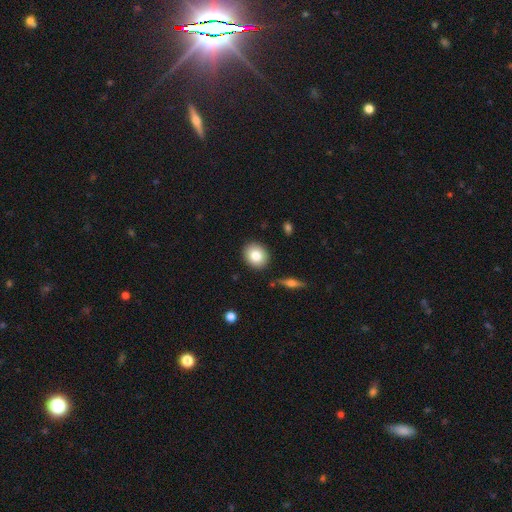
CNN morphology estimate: Smooth or featured?
  - smooth: 80% *
  - featured or disk: 11%
  - star or artifact: 8%
How rounded?
  - round: 64% *
  - in between: 34%
  - cigar-shaped: 1%
Merging?
  - none: 88% *
  - minor disturbance: 8%
  - merger: 2%
  - major disturbance: 2%